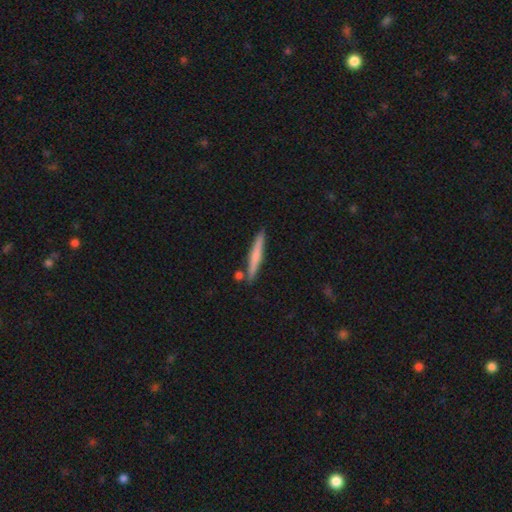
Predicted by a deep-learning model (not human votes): Morphology: type=smooth (60%); roundness=cigar-shaped (95%); merging=none (84%).